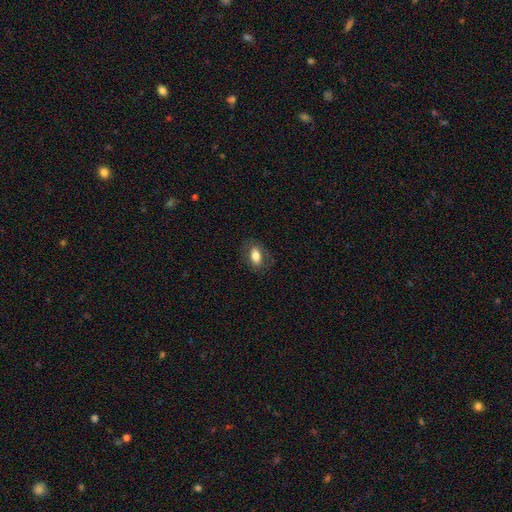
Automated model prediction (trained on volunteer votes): Smooth or featured: smooth — 78% (featured or disk — 14%)
How rounded: in between — 88% (round — 9%)
Merging: none — 81% (minor disturbance — 13%)